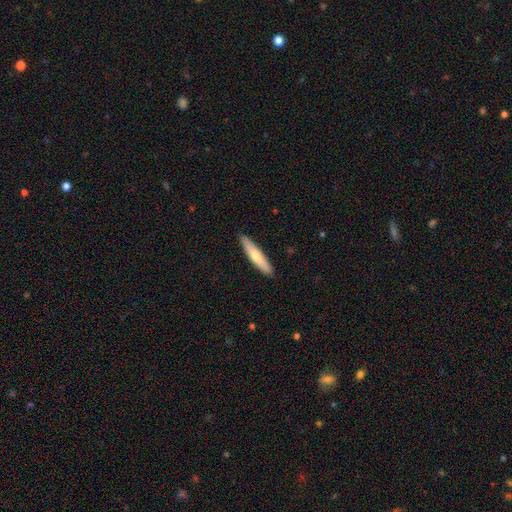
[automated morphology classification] Q: Smooth or featured?
A: smooth (61%); runner-up: featured or disk (34%)
Q: How rounded?
A: cigar-shaped (87%); runner-up: in between (11%)
Q: Merging?
A: none (89%); runner-up: minor disturbance (9%)